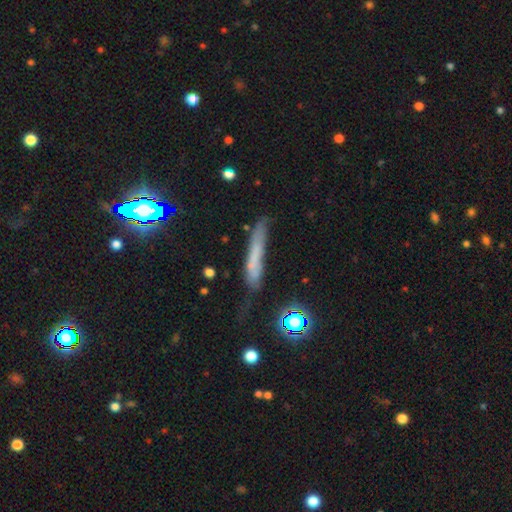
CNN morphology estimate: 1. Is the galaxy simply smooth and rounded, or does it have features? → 50% smooth, 32% featured or disk, 18% star or artifact.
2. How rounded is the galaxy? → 91% cigar-shaped, 6% in between, 3% round.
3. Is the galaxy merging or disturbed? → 56% none, 29% minor disturbance, 11% major disturbance, 4% merger.